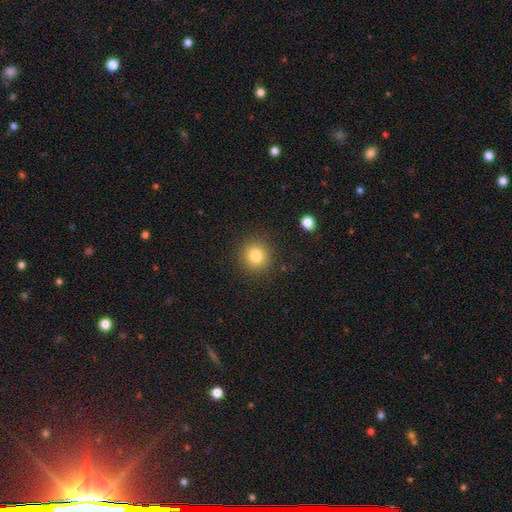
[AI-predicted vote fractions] Smooth or featured: smooth — 82% (star or artifact — 11%)
How rounded: round — 91% (in between — 8%)
Merging: none — 88% (minor disturbance — 8%)